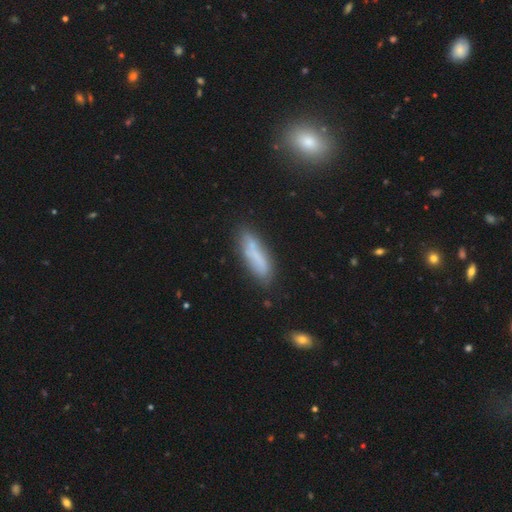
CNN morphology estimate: Smooth or featured: smooth — 61% (featured or disk — 29%)
How rounded: cigar-shaped — 63% (in between — 35%)
Merging: none — 65% (minor disturbance — 21%)